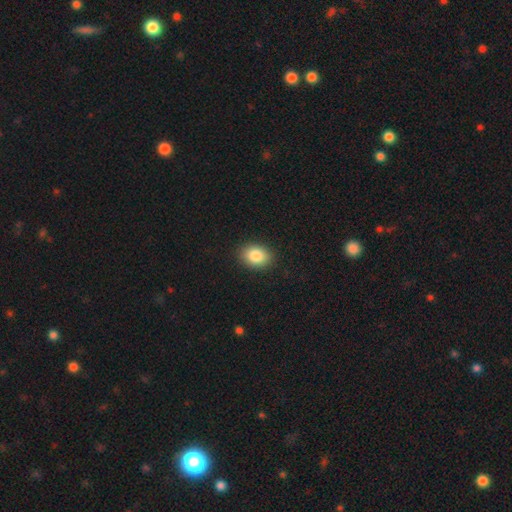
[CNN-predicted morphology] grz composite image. It shows a smooth galaxy with no disk features (86%) that is in between round and cigar-shaped (72%). Merging: none (89%).